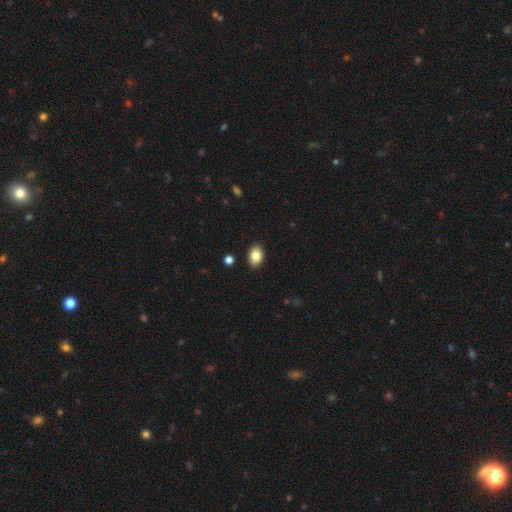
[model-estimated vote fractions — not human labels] smooth_or_featured: smooth (p=0.84) [alt: star or artifact p=0.08]
how_rounded: in between (p=0.83) [alt: round p=0.16]
merging: none (p=0.89) [alt: minor disturbance p=0.08]